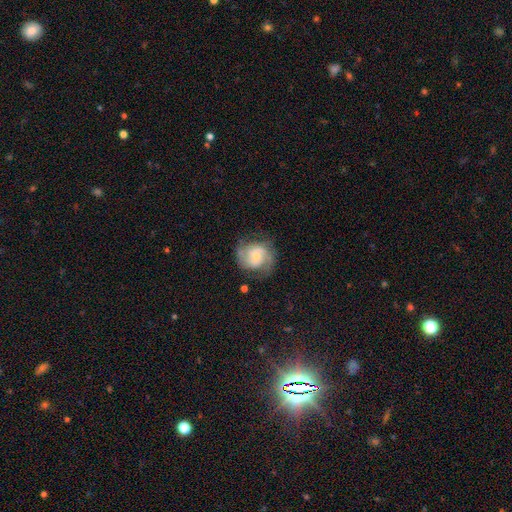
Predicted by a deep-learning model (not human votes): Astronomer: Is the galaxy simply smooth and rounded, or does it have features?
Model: featured or disk — 82%.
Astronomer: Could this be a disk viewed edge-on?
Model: no — 98%.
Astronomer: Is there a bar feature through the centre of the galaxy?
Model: no — 63%.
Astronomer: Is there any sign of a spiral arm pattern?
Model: yes — 96%.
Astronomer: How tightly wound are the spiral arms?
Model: medium — 46% (runner-up: tight, 42%).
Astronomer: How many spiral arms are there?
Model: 2 — 78%.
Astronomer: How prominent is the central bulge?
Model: small — 61%.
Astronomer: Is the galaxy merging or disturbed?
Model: none — 75%.